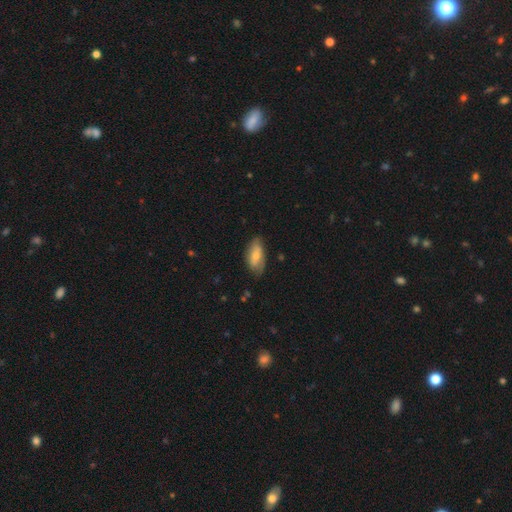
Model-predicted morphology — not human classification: Smooth or featured?
  - smooth: 59% *
  - featured or disk: 35%
  - star or artifact: 6%
How rounded?
  - in between: 87% *
  - cigar-shaped: 10%
  - round: 3%
Merging?
  - none: 67% *
  - minor disturbance: 26%
  - major disturbance: 6%
  - merger: 1%